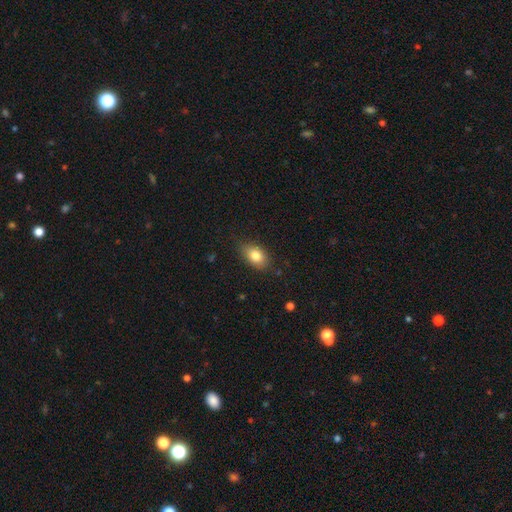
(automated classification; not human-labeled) A smooth galaxy with no disk features (81%) that is in between round and cigar-shaped (86%). Merging: none (81%).